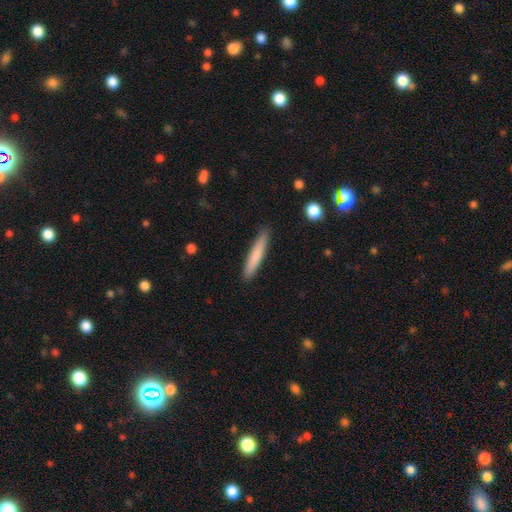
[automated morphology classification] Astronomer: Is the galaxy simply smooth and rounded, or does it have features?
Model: smooth — 77%.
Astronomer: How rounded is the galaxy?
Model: cigar-shaped — 93%.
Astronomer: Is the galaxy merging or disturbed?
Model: none — 90%.